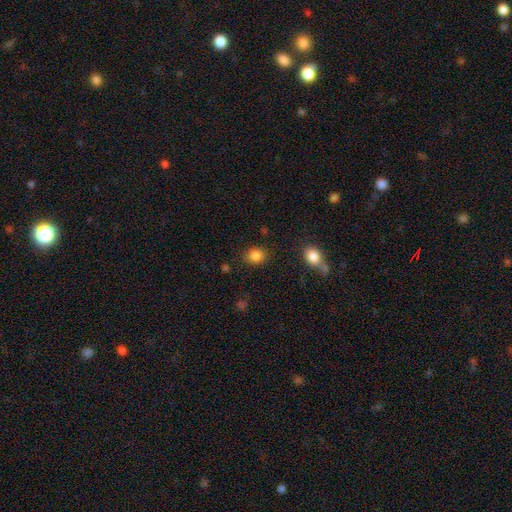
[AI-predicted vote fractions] This is clearly a smooth galaxy (86%). How rounded: likely round (70%). Merging: clearly none (85%).